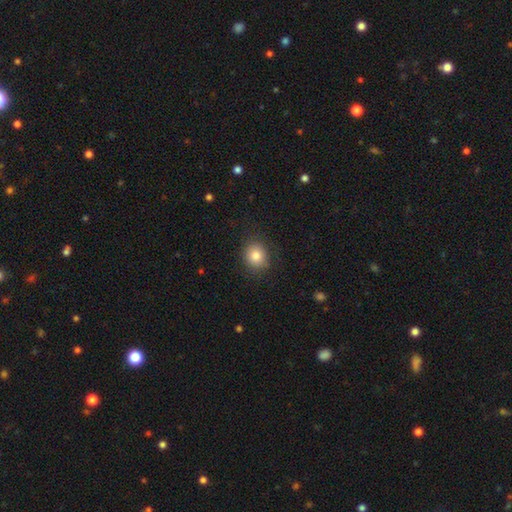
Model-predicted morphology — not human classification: This appears to be a smooth galaxy with no disk features (82%) that is round (75%). Merging: none (86%).